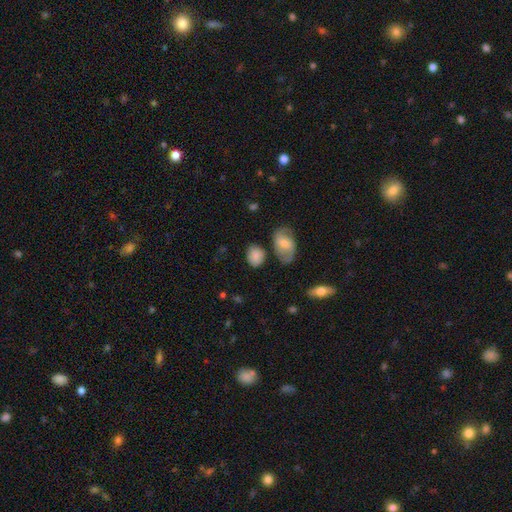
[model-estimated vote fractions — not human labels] Q: Smooth or featured?
A: smooth (80%); runner-up: featured or disk (12%)
Q: How rounded?
A: in between (65%); runner-up: round (34%)
Q: Merging?
A: none (70%); runner-up: minor disturbance (18%)